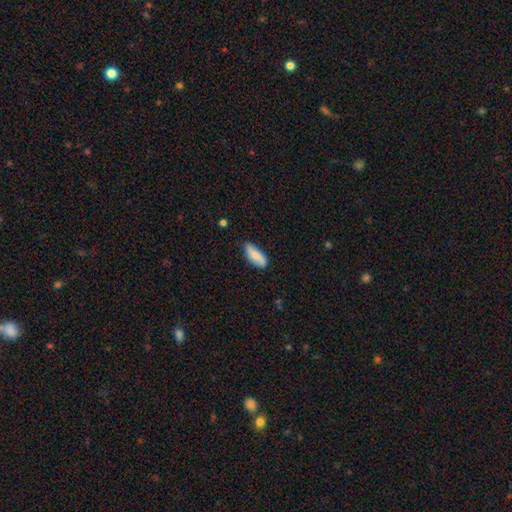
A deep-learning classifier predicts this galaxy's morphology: Smooth or featured? smooth (76%)
How rounded? in between (74%)
Merging? none (73%)